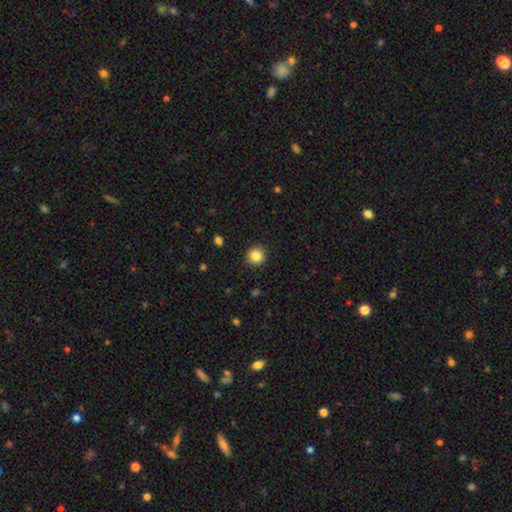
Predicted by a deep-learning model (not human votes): smooth 85%, star or artifact 10%, featured or disk 5%. Down the decision tree: how rounded — round (94%); merging — none (92%).